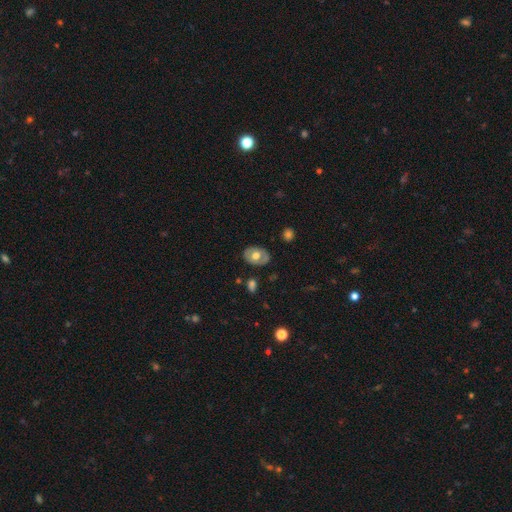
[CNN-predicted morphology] smooth-or-featured: smooth: 52% | featured or disk: 42% | star or artifact: 7%
  how-rounded: in between: 71% | round: 28% | cigar-shaped: 1%
  merging: none: 81% | minor disturbance: 14% | major disturbance: 4% | merger: 2%